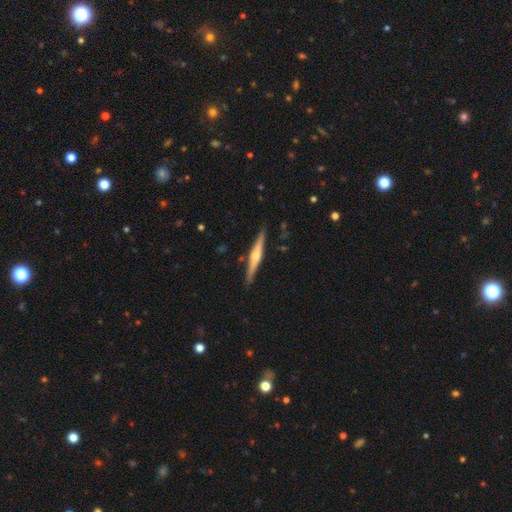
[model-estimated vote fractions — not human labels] Smooth or featured?
  - featured or disk: 70% *
  - smooth: 24%
  - star or artifact: 5%
Edge-on disk?
  - yes: 98% *
  - no: 2%
Edge-on bulge?
  - rounded: 88% *
  - boxy: 6%
  - none: 6%
Merging?
  - none: 88% *
  - minor disturbance: 9%
  - merger: 2%
  - major disturbance: 2%